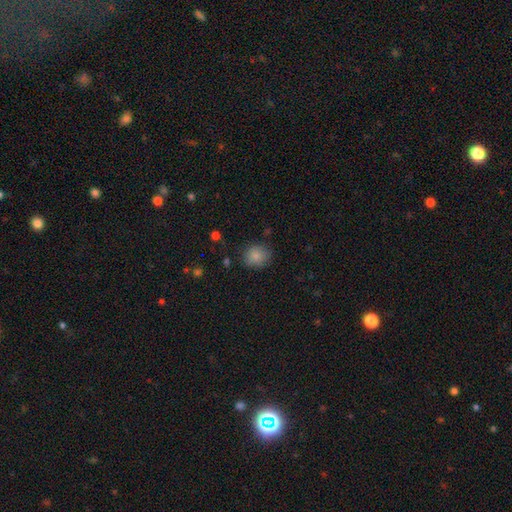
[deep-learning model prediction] Smooth or featured: smooth — 85% (star or artifact — 9%)
How rounded: round — 75% (in between — 24%)
Merging: none — 80% (minor disturbance — 15%)